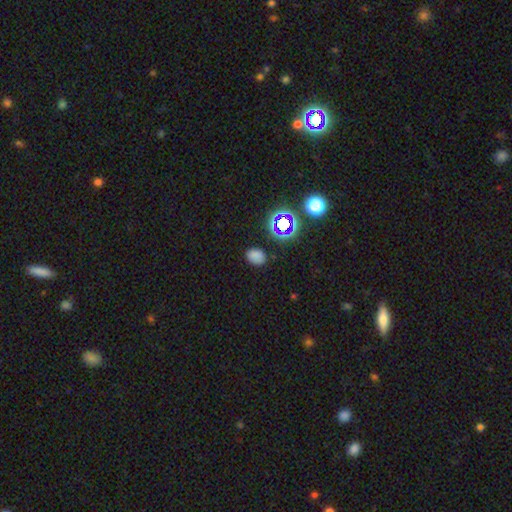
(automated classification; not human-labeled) The model was most divided on "how rounded": in between: 71%, round: 28%, cigar-shaped: 1%. More confident: merging — none (83%); smooth or featured — smooth (71%).